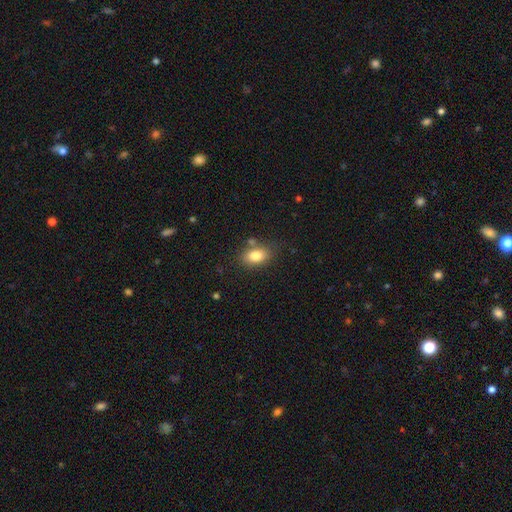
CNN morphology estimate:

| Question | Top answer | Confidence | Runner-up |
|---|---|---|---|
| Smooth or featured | smooth | 83% | featured or disk (9%) |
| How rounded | in between | 85% | round (13%) |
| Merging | none | 74% | minor disturbance (14%) |